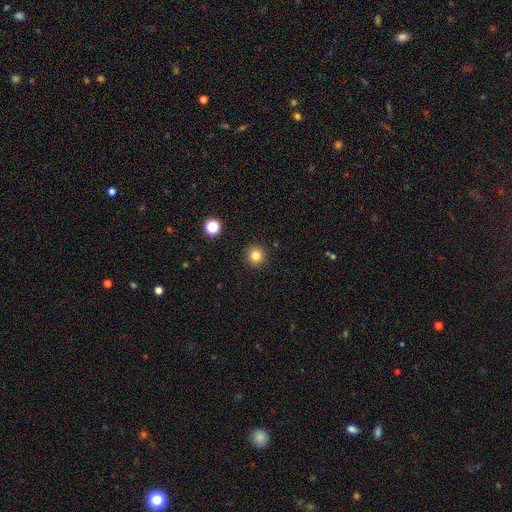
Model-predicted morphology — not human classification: A smooth galaxy with no disk features (81%) that is round (94%).

Vote fractions:
- Smooth or featured? smooth: 81% / star or artifact: 13% / featured or disk: 6%
- How rounded? round: 94% / in between: 5% / cigar-shaped: 1%
- Merging? none: 92% / minor disturbance: 5% / major disturbance: 2% / merger: 1%